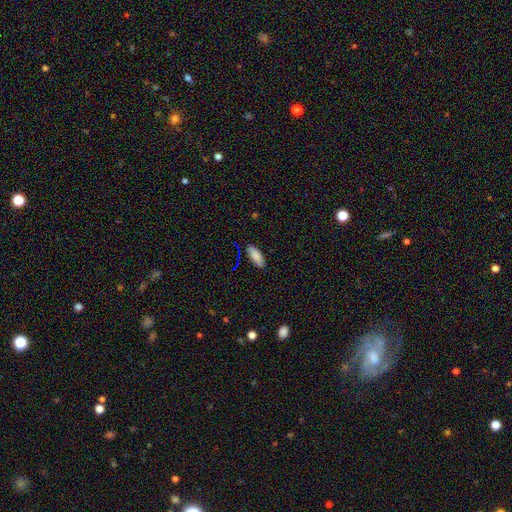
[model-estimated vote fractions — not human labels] smooth_or_featured: smooth (p=0.87) [alt: star or artifact p=0.07]
how_rounded: in between (p=0.80) [alt: cigar-shaped p=0.18]
merging: none (p=0.86) [alt: minor disturbance p=0.10]